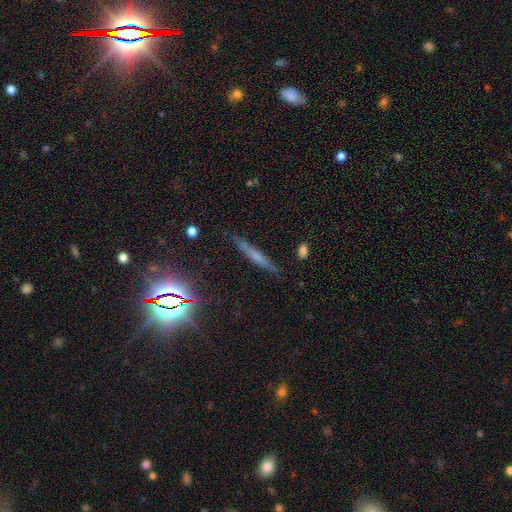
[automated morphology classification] smooth_or_featured: smooth (p=0.46) [alt: featured or disk p=0.36]
merging: none (p=0.85) [alt: minor disturbance p=0.11]